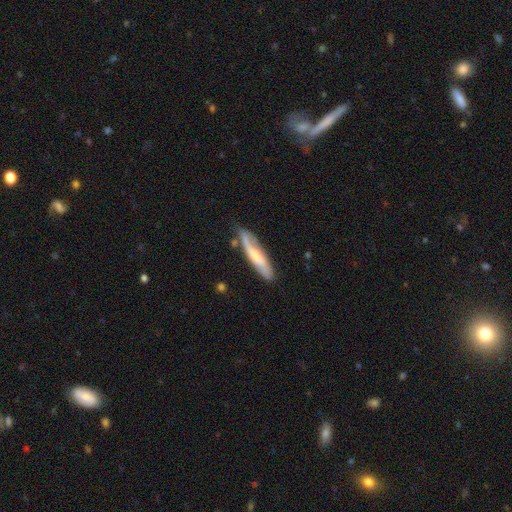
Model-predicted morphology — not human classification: type=featured or disk (52%); edge-on=yes (54%); merging=none (67%).